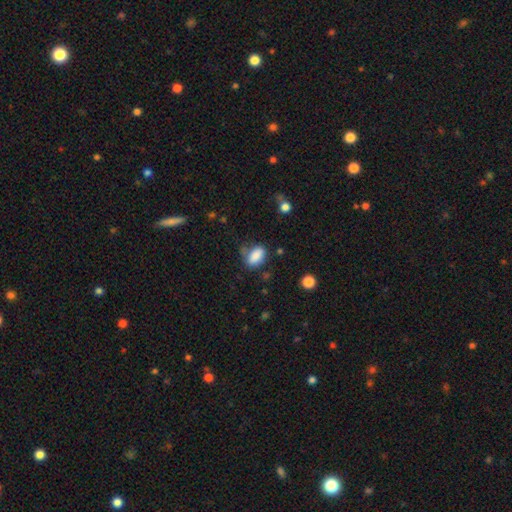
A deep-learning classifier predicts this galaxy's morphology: Smooth or featured: smooth — 85% (star or artifact — 9%)
How rounded: in between — 88% (round — 9%)
Merging: none — 57% (minor disturbance — 26%)